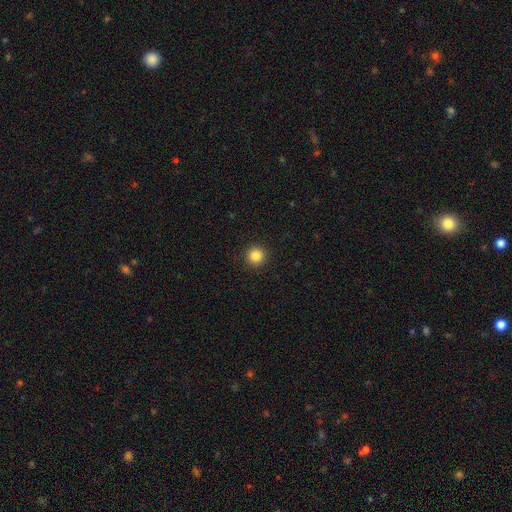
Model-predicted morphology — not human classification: smooth_or_featured: smooth (p=0.85) [alt: star or artifact p=0.11]
how_rounded: round (p=0.95) [alt: in between p=0.04]
merging: none (p=0.93) [alt: minor disturbance p=0.05]